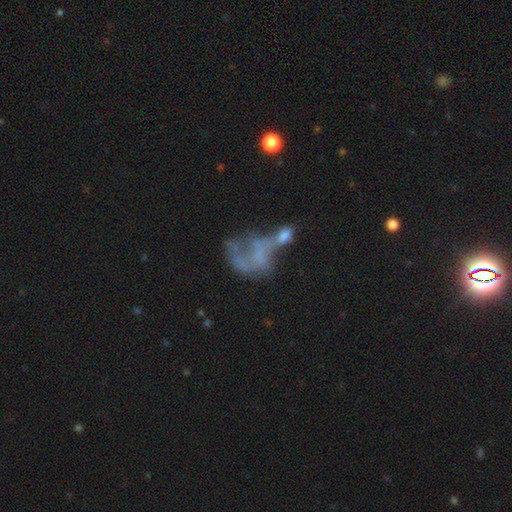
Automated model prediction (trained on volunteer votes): A featured or disk galaxy (52%) with no bar (85%), no spiral arms (76%) and no central bulge (73%). Merging: merger (43%).